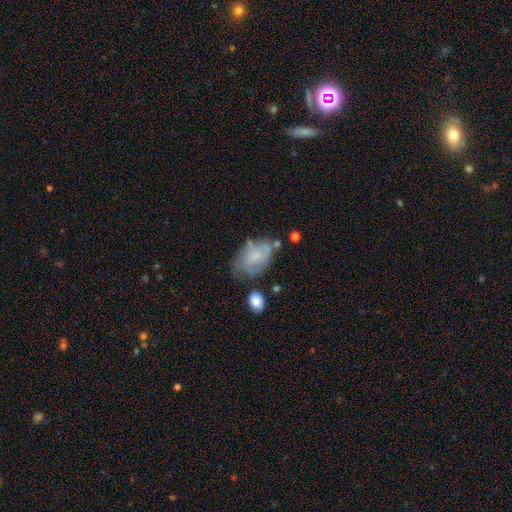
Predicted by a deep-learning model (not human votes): Morphology: type=featured or disk (47%); merging=none (42%).